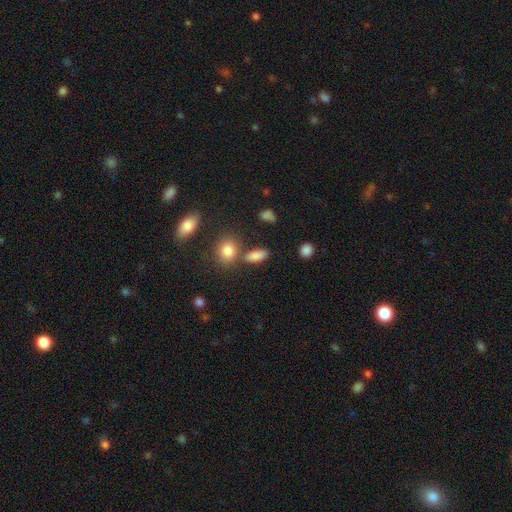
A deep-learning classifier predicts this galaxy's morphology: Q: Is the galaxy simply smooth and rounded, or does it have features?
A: smooth — 84%.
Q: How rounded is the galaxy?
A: in between — 77%.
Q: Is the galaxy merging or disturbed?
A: none — 70%.